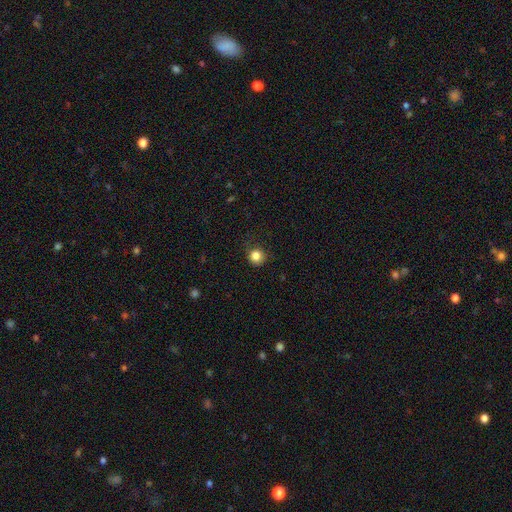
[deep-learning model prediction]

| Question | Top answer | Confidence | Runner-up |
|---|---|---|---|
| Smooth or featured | smooth | 84% | star or artifact (12%) |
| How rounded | round | 90% | in between (9%) |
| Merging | none | 83% | minor disturbance (13%) |